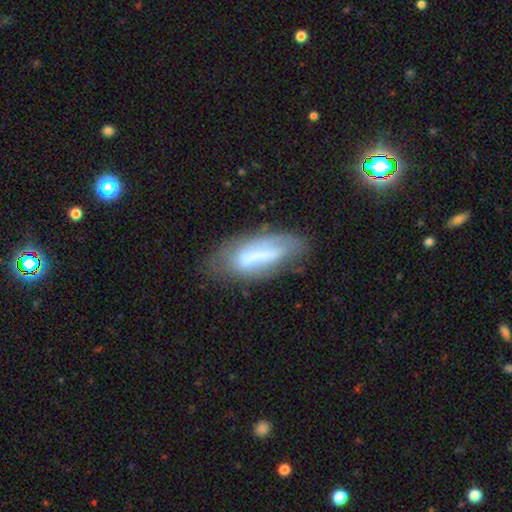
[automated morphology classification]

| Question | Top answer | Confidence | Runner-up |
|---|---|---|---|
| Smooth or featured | smooth | 48% | featured or disk (43%) |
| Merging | none | 55% | minor disturbance (26%) |